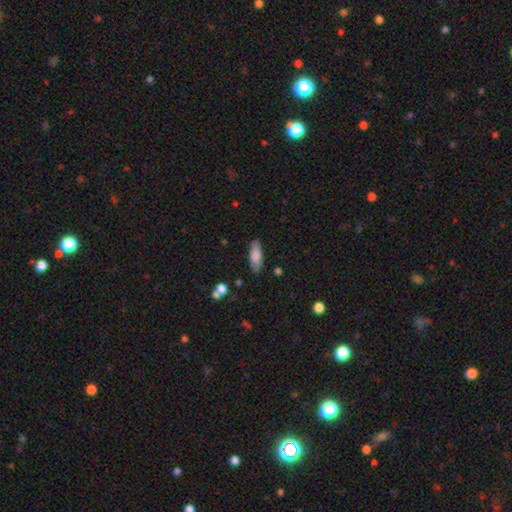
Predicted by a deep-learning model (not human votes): Smooth or featured: smooth — 81% (featured or disk — 13%)
How rounded: in between — 69% (cigar-shaped — 29%)
Merging: none — 84% (minor disturbance — 12%)